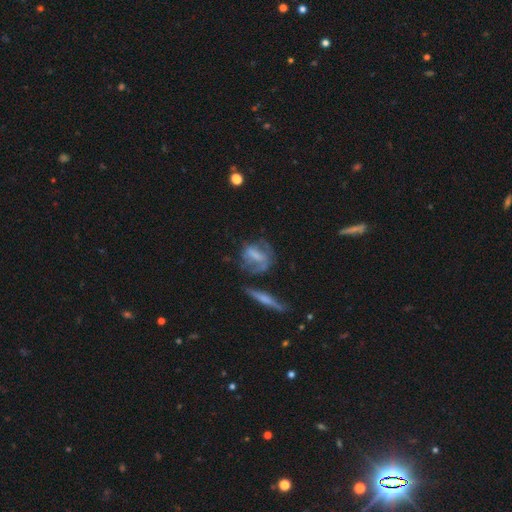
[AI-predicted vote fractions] Morphology: type=featured or disk (48%); merging=none (44%).